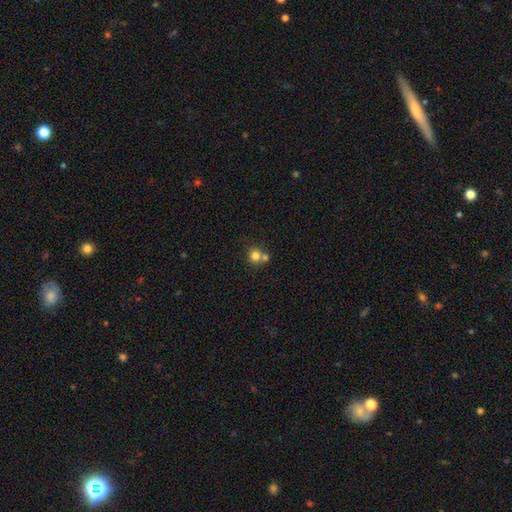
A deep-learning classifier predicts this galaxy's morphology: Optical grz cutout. It shows a smooth galaxy with no disk features (79%) that is round (88%). Merging: none (49%).